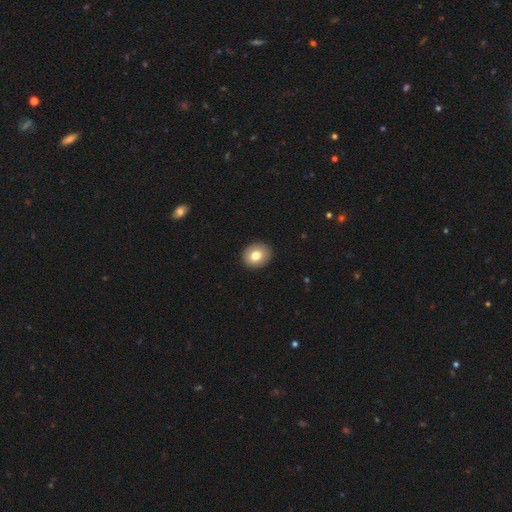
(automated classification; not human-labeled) This is likely a smooth galaxy (79%). How rounded: likely round (65%). Merging: clearly none (91%).